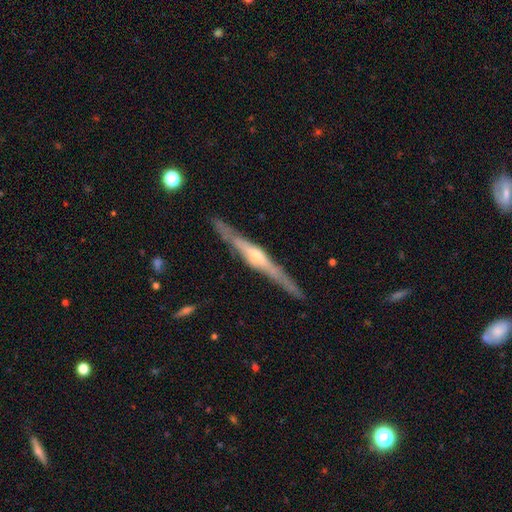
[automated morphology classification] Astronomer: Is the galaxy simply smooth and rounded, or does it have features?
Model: featured or disk — 80%.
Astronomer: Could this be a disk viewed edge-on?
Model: yes — 97%.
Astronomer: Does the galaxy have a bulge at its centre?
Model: rounded — 80%.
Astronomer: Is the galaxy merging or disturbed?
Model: none — 88%.